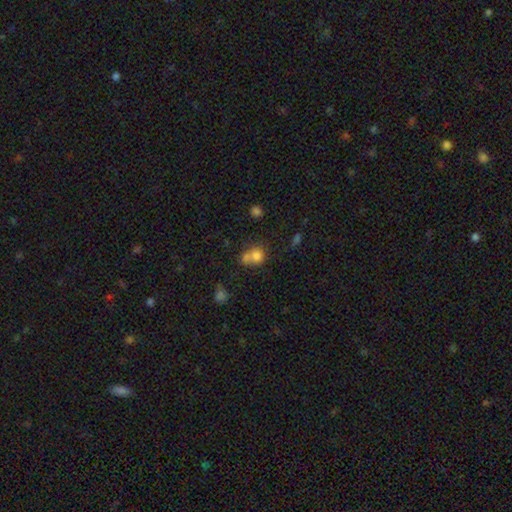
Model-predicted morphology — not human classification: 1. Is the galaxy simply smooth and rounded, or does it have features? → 77% smooth, 12% star or artifact, 11% featured or disk.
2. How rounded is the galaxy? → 73% round, 26% in between, 1% cigar-shaped.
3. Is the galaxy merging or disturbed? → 46% merger, 35% none, 13% minor disturbance, 7% major disturbance.